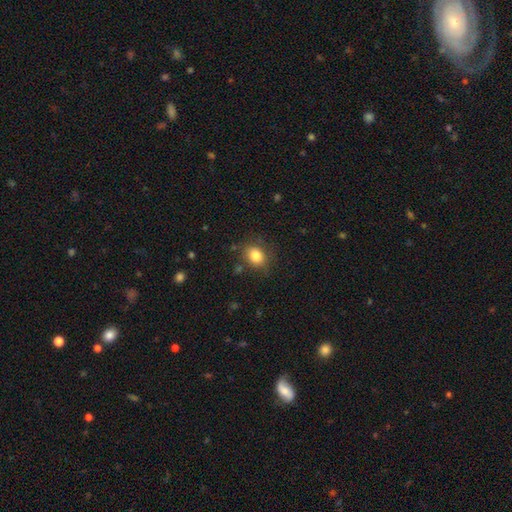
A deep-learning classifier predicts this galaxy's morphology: Smooth or featured? smooth (83%)
How rounded? in between (56%)
Merging? none (79%)